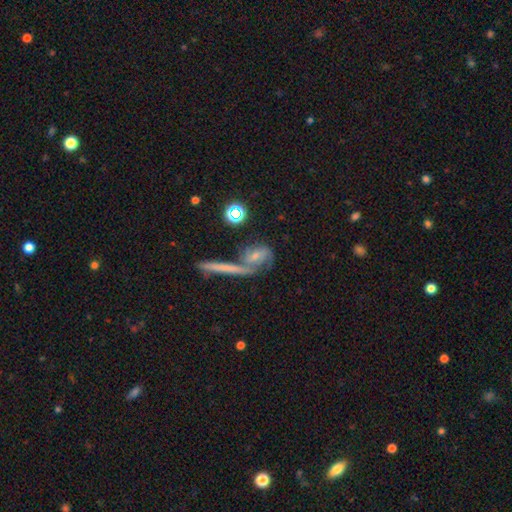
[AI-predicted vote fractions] Smooth or featured? featured or disk (52%)
Edge-on disk? no (81%)
Merging? none (40%)